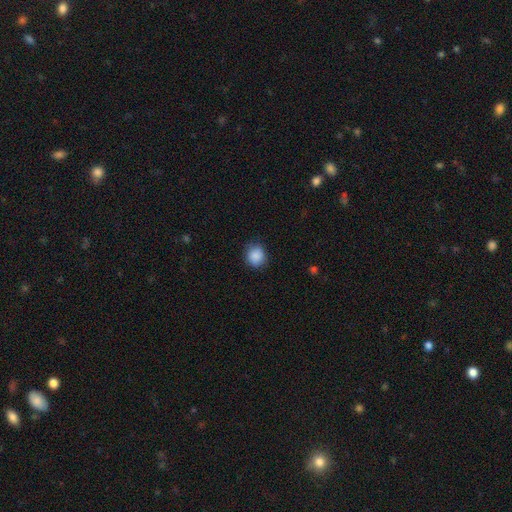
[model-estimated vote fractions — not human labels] Morphology: type=smooth (88%); roundness=round (82%); merging=none (83%).